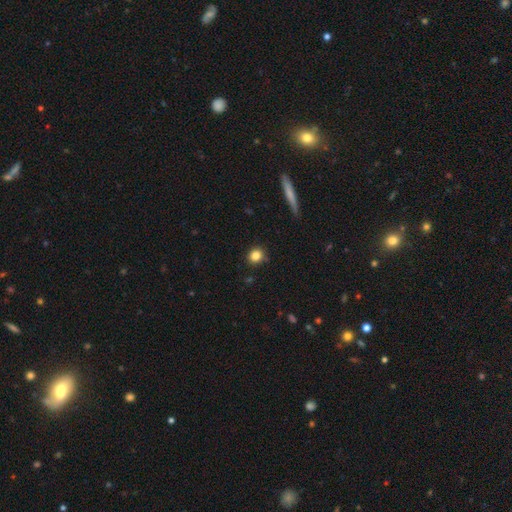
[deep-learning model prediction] Smooth or featured?
  - smooth: 84% *
  - star or artifact: 11%
  - featured or disk: 5%
How rounded?
  - round: 87% *
  - in between: 12%
  - cigar-shaped: 1%
Merging?
  - none: 87% *
  - minor disturbance: 9%
  - major disturbance: 2%
  - merger: 1%